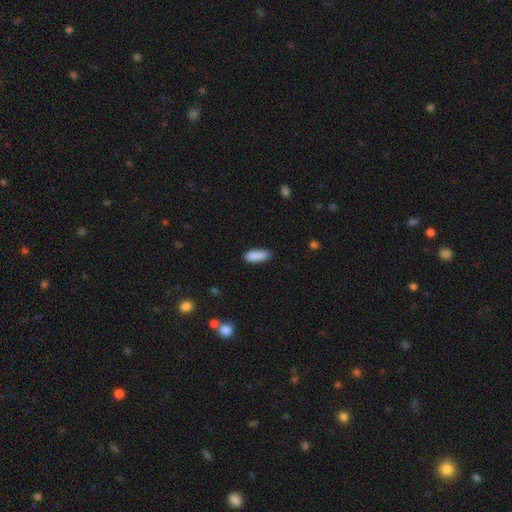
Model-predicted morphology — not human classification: Smooth or featured: smooth — 89% (star or artifact — 7%)
How rounded: in between — 61% (cigar-shaped — 38%)
Merging: none — 82% (minor disturbance — 14%)